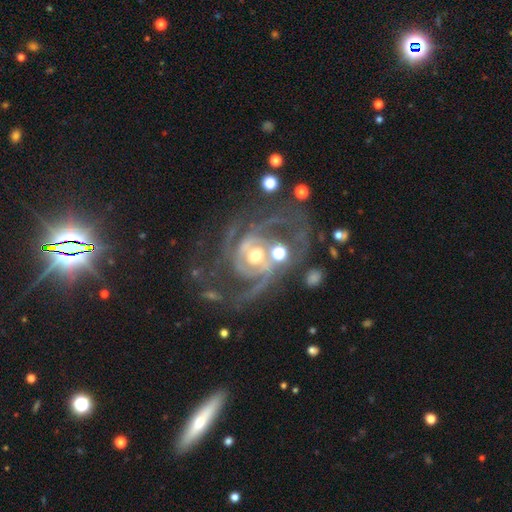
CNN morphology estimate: Smooth or featured?
  - featured or disk: 89% *
  - star or artifact: 6%
  - smooth: 5%
Edge-on disk?
  - no: 98% *
  - yes: 2%
Bar?
  - no: 54% *
  - weak: 30%
  - strong: 16%
Spiral arms?
  - yes: 96% *
  - no: 4%
Spiral winding?
  - tight: 45% *
  - medium: 44%
  - loose: 12%
Spiral arm count?
  - 2: 36% *
  - 3: 29%
  - can't tell: 15%
  - 4: 8%
  - 1: 6%
  - more than 4: 6%
Bulge size?
  - moderate: 69% *
  - small: 20%
  - large: 9%
  - none: 1%
  - dominant: 1%
Merging?
  - none: 46% *
  - major disturbance: 24%
  - minor disturbance: 17%
  - merger: 14%